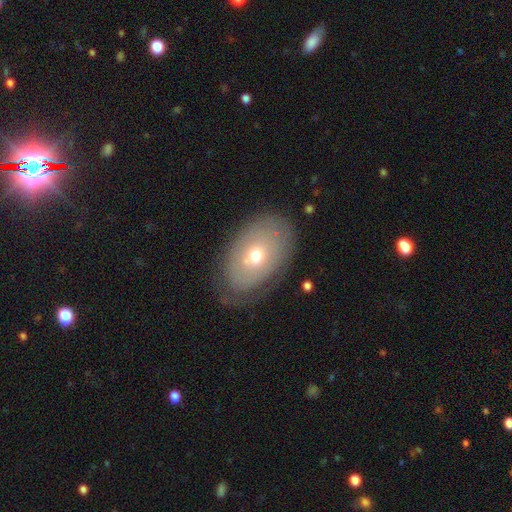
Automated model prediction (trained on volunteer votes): Smooth or featured?
  - smooth: 50% *
  - featured or disk: 42%
  - star or artifact: 8%
Merging?
  - none: 69% *
  - minor disturbance: 21%
  - major disturbance: 8%
  - merger: 2%